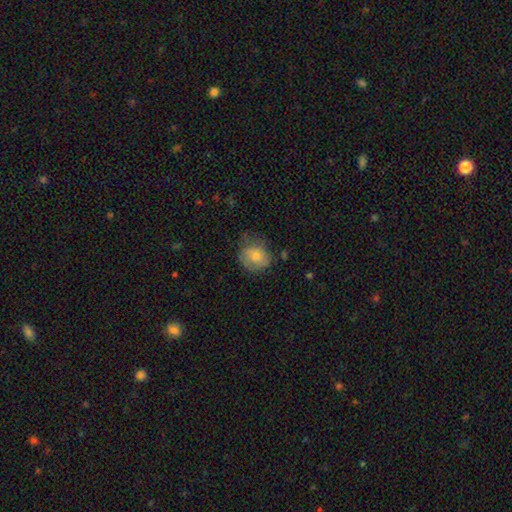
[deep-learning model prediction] smooth-or-featured: smooth: 71% | featured or disk: 20% | star or artifact: 9%
  how-rounded: round: 69% | in between: 30% | cigar-shaped: 1%
  merging: none: 61% | minor disturbance: 28% | major disturbance: 10% | merger: 2%